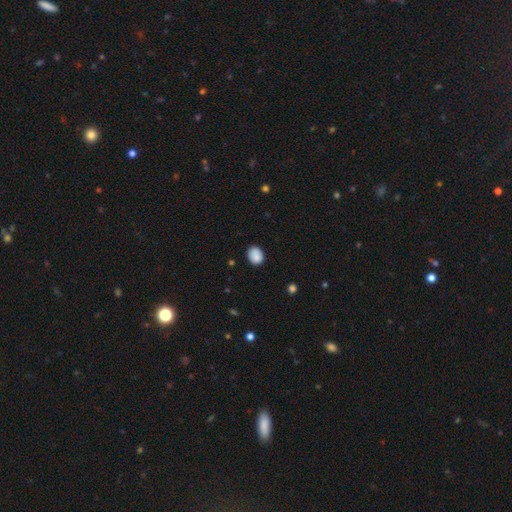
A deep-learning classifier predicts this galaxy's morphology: This appears to be a smooth galaxy with no disk features (88%) that is round (52%). Merging: none (81%).